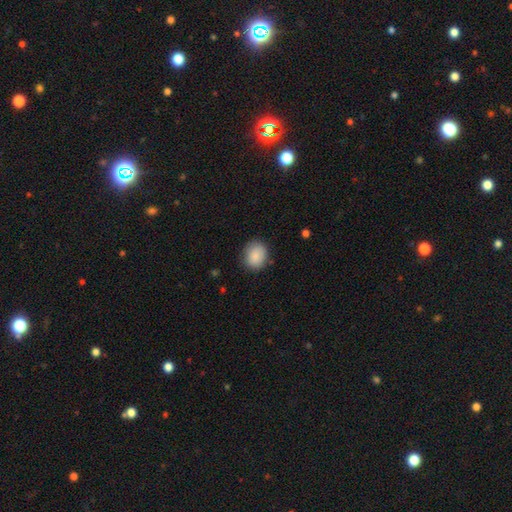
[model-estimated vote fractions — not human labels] A smooth galaxy with no disk features (88%) that is round (63%).

Vote fractions:
- Smooth or featured? smooth: 88% / star or artifact: 7% / featured or disk: 4%
- How rounded? round: 63% / in between: 36% / cigar-shaped: 1%
- Merging? none: 84% / minor disturbance: 12% / major disturbance: 3% / merger: 1%